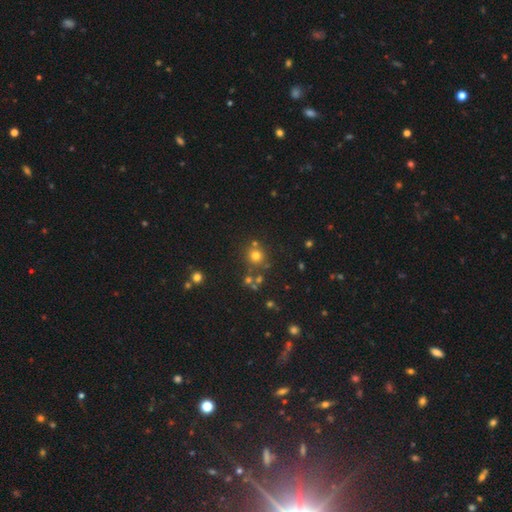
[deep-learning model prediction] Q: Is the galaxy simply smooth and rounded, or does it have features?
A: smooth — 69%.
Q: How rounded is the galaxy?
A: round — 91%.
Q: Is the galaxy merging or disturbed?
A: none — 74%.